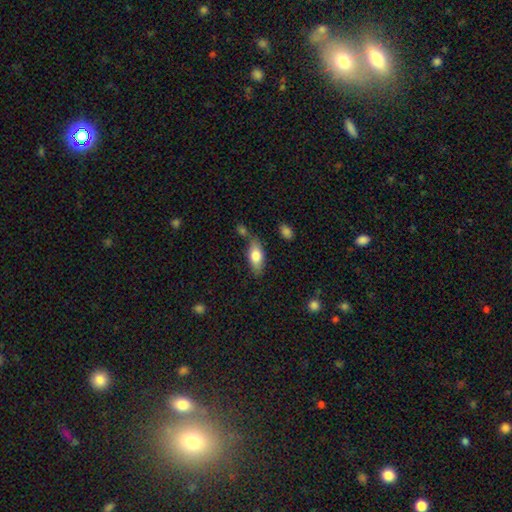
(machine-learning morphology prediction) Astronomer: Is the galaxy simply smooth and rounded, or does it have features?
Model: smooth — 74%.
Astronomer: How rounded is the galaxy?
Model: in between — 83%.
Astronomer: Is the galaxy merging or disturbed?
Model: none — 67%.